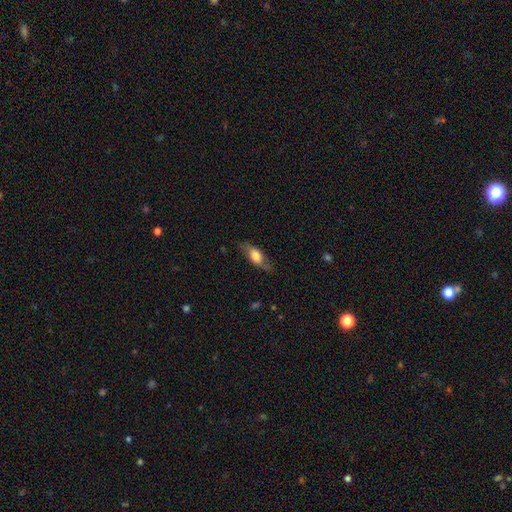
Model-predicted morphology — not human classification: This is possibly a smooth galaxy (54%). How rounded: likely in between (70%). Merging: likely none (70%).